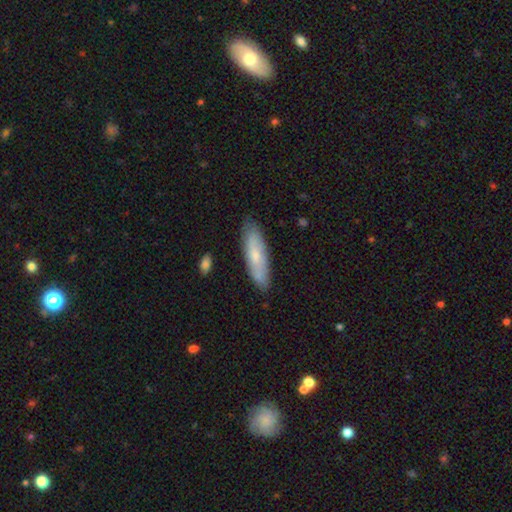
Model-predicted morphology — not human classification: The model was most divided on "how rounded": cigar-shaped: 64%, in between: 35%, round: 2%. More confident: merging — none (83%); smooth or featured — smooth (65%).